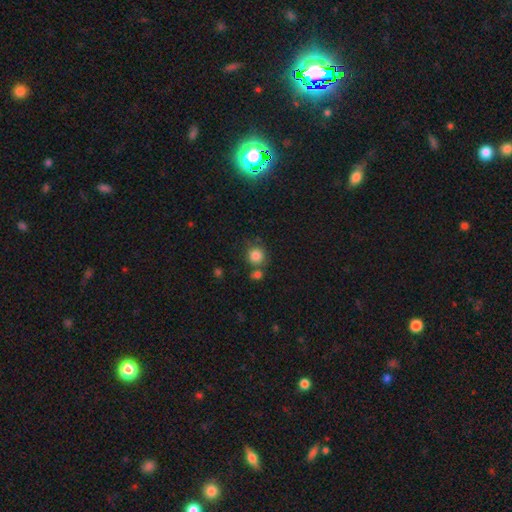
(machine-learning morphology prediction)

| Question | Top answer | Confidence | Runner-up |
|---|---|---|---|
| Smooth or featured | smooth | 84% | star or artifact (11%) |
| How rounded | round | 90% | in between (9%) |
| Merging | none | 69% | merger (16%) |